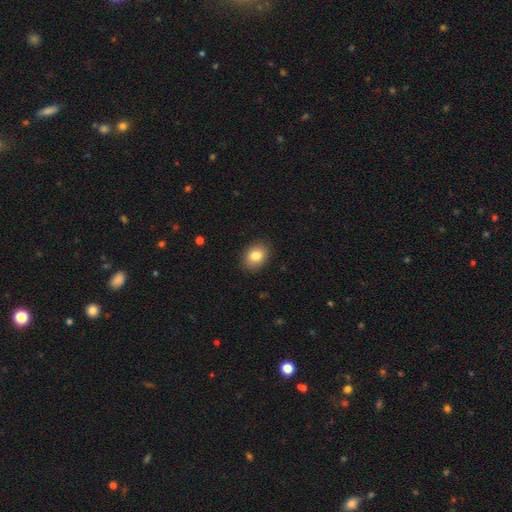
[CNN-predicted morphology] Overall: smooth (83%). How rounded: in between (59%; round 40%). Merging: none (88%).